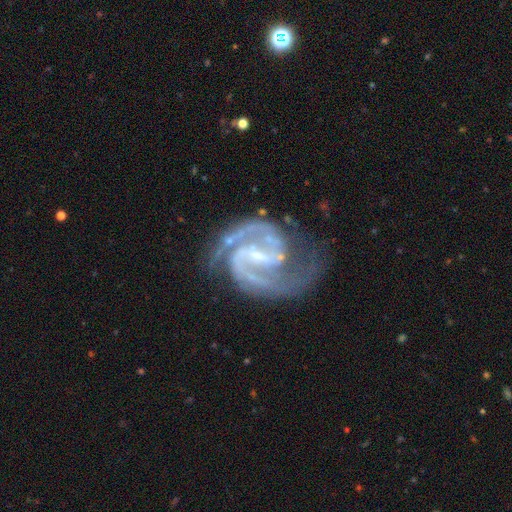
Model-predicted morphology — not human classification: smooth-or-featured: featured or disk: 93% | star or artifact: 5% | smooth: 3%
  disk-edge-on: no: 98% | yes: 2%
    bar: weak: 47% | strong: 39% | no: 14%
    has-spiral-arms: yes: 98% | no: 2%
      spiral-winding: medium: 60% | tight: 28% | loose: 11%
      spiral-arm-count: 2: 86% | 3: 5% | can't tell: 3% | 1: 2% | 4: 2% | more than 4: 2%
    bulge-size: small: 71% | moderate: 16% | none: 11% | large: 1% | dominant: 1%
  merging: none: 63% | minor disturbance: 20% | major disturbance: 14% | merger: 3%